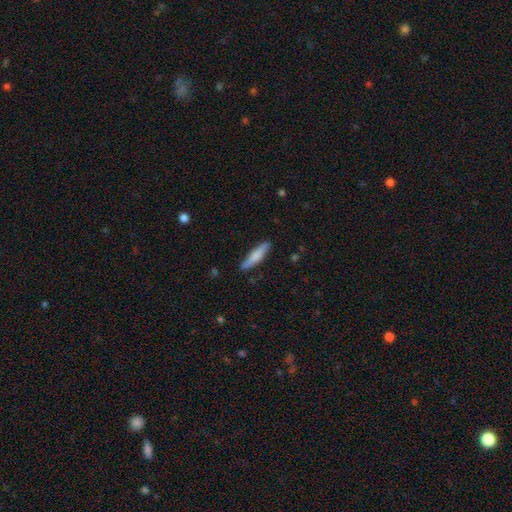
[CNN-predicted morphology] smooth 70%, featured or disk 25%, star or artifact 5%. Down the decision tree: how rounded — cigar-shaped (85%); merging — none (85%).